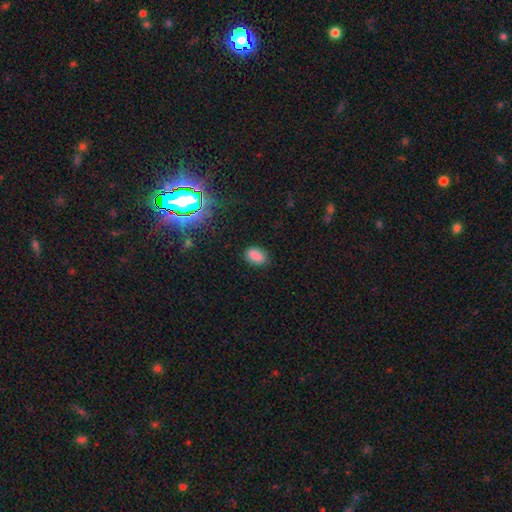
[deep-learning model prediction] This is clearly a smooth galaxy (84%). How rounded: clearly in between (87%). Merging: clearly none (83%).